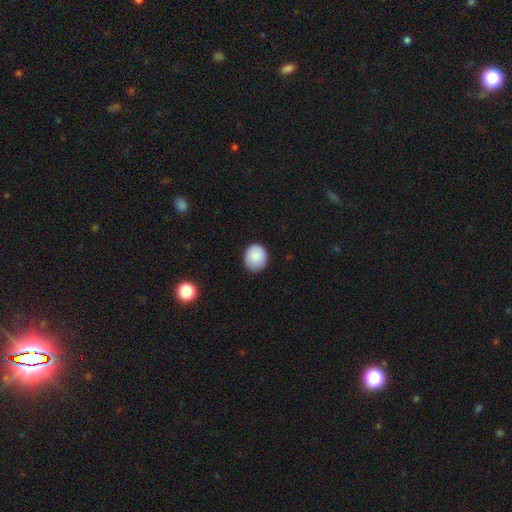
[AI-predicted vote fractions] Smooth or featured?
  - smooth: 87% *
  - star or artifact: 7%
  - featured or disk: 6%
How rounded?
  - round: 76% *
  - in between: 23%
  - cigar-shaped: 1%
Merging?
  - none: 84% *
  - minor disturbance: 13%
  - major disturbance: 2%
  - merger: 1%